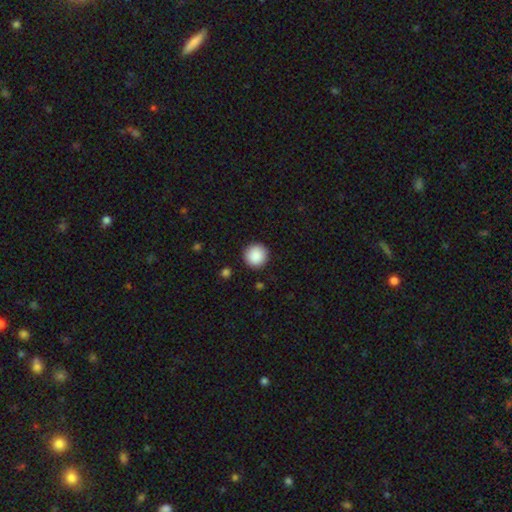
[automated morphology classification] This appears to be a smooth galaxy with no disk features (89%) that is round (96%). Merging: none (91%).